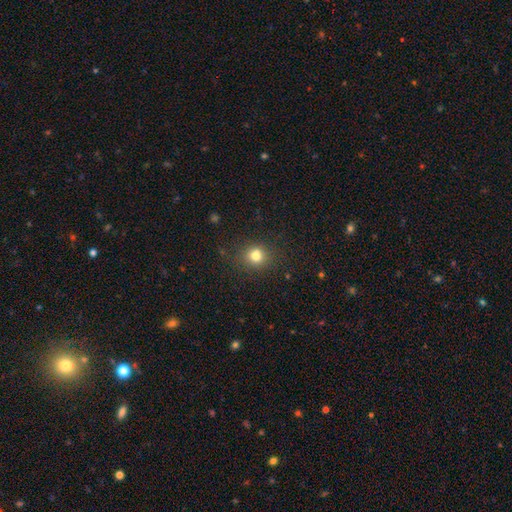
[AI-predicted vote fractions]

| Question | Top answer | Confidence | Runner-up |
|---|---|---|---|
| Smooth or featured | smooth | 78% | star or artifact (15%) |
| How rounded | round | 79% | in between (20%) |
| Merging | none | 81% | minor disturbance (11%) |